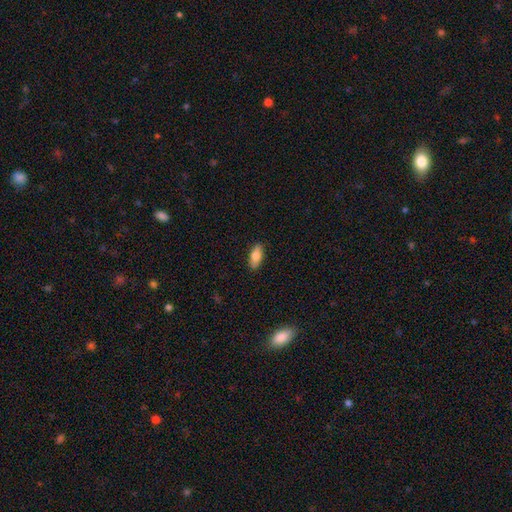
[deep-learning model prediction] Overall: smooth (80%). How rounded: in between (83%). Merging: none (89%).